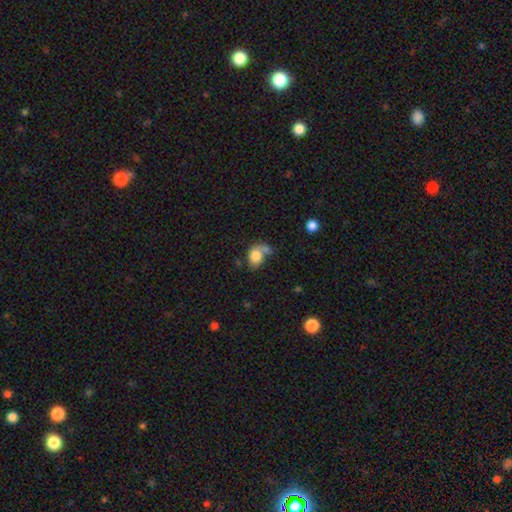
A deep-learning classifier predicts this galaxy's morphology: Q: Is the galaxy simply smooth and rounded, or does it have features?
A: smooth — 77%.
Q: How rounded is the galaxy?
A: in between — 60%.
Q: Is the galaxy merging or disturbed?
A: none — 32%, tied with merger.